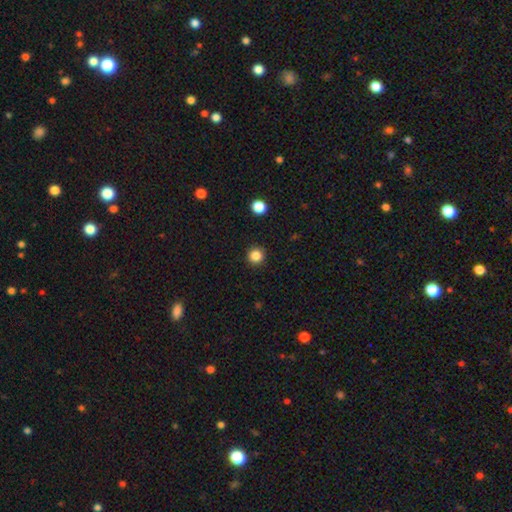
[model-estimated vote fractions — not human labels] A smooth galaxy with no disk features (84%) that is round (95%). Merging: none (93%).